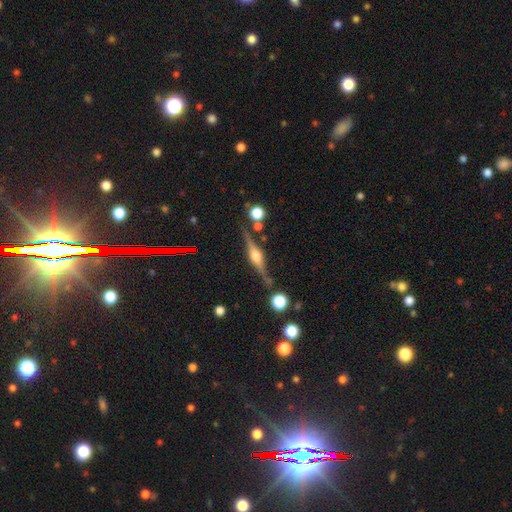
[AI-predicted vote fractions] Smooth or featured?
  - featured or disk: 83% *
  - smooth: 10%
  - star or artifact: 7%
Edge-on disk?
  - yes: 98% *
  - no: 2%
Edge-on bulge?
  - rounded: 90% *
  - boxy: 8%
  - none: 2%
Merging?
  - none: 81% *
  - minor disturbance: 11%
  - merger: 6%
  - major disturbance: 3%